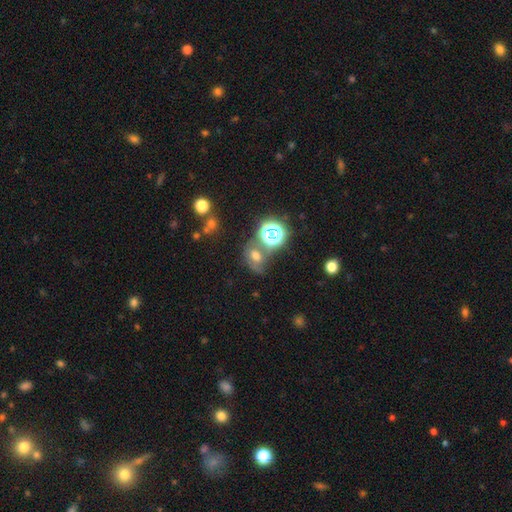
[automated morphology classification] A smooth galaxy with no disk features (51%) that is in between round and cigar-shaped (60%).

Vote fractions:
- Smooth or featured? smooth: 51% / star or artifact: 31% / featured or disk: 18%
- How rounded? in between: 60% / round: 39% / cigar-shaped: 2%
- Merging? none: 44% / merger: 27% / minor disturbance: 18% / major disturbance: 12%